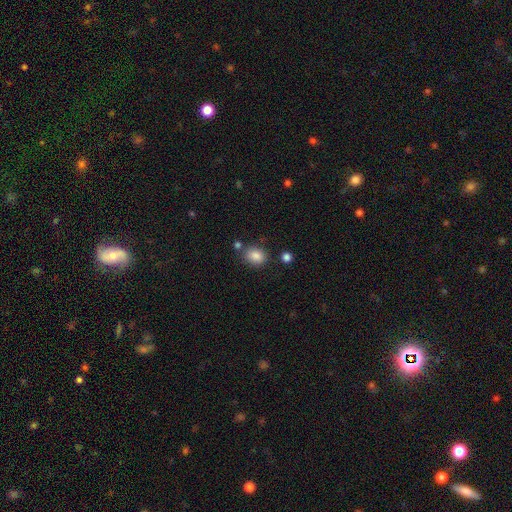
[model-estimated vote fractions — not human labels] smooth_or_featured: smooth (p=0.85) [alt: star or artifact p=0.09]
how_rounded: in between (p=0.62) [alt: round p=0.37]
merging: none (p=0.75) [alt: minor disturbance p=0.13]